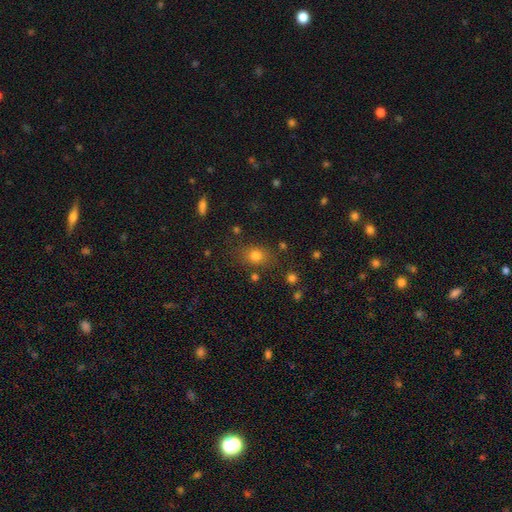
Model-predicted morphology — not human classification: Smooth or featured? Predicted: smooth (p=0.77). How rounded? Predicted: in between (p=0.56). Merging? Predicted: none (p=0.77).